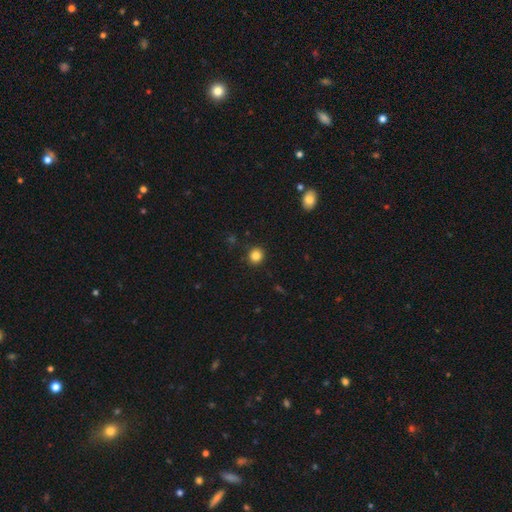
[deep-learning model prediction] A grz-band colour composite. It shows a smooth galaxy with no disk features (85%) that is round (89%). Merging: none (91%).